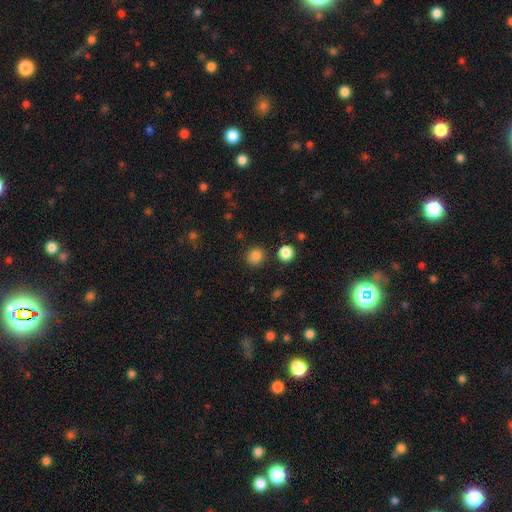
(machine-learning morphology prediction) Q: Smooth or featured?
A: smooth (84%); runner-up: star or artifact (12%)
Q: How rounded?
A: round (86%); runner-up: in between (13%)
Q: Merging?
A: none (85%); runner-up: minor disturbance (8%)